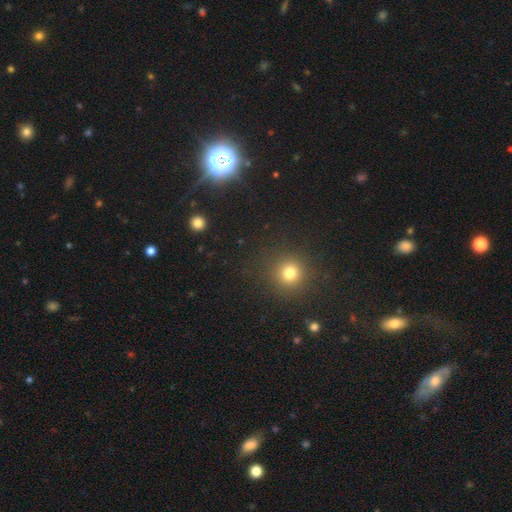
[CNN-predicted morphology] Overall: smooth (53%; star or artifact 41%). How rounded: round (93%). Merging: none (90%).